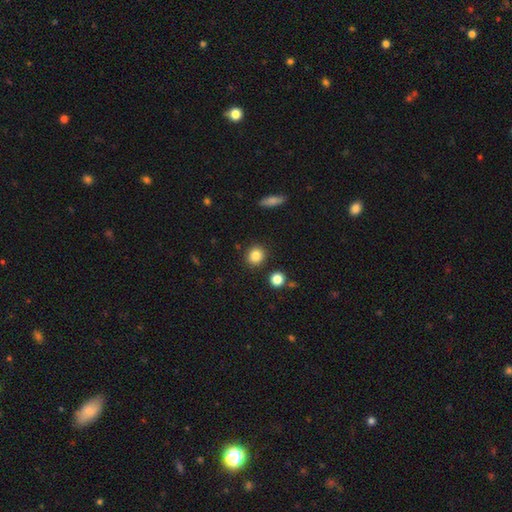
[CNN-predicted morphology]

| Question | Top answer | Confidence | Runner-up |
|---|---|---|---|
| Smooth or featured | smooth | 84% | star or artifact (10%) |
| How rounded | round | 87% | in between (12%) |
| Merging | none | 88% | minor disturbance (7%) |